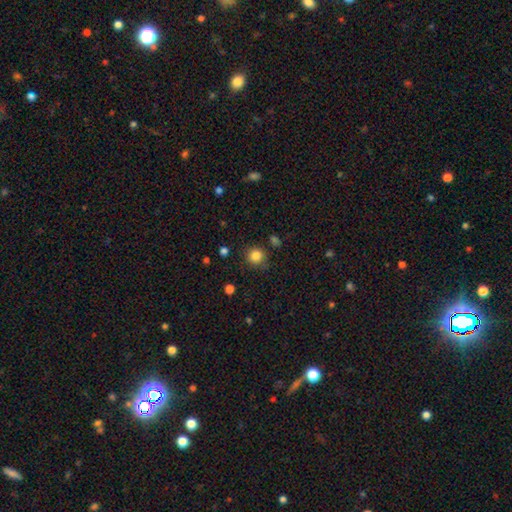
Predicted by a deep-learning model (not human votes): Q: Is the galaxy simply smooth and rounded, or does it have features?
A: smooth — 84%.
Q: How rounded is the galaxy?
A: round — 91%.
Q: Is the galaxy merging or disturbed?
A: none — 83%.